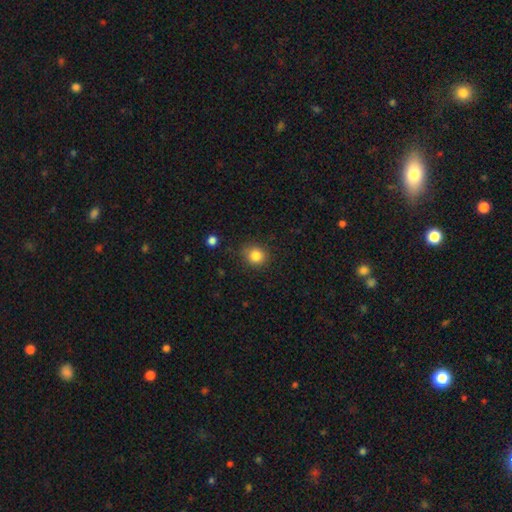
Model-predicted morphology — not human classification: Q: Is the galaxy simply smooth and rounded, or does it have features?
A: smooth — 84%.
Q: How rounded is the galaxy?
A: round — 81%.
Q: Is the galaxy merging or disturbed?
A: none — 80%.